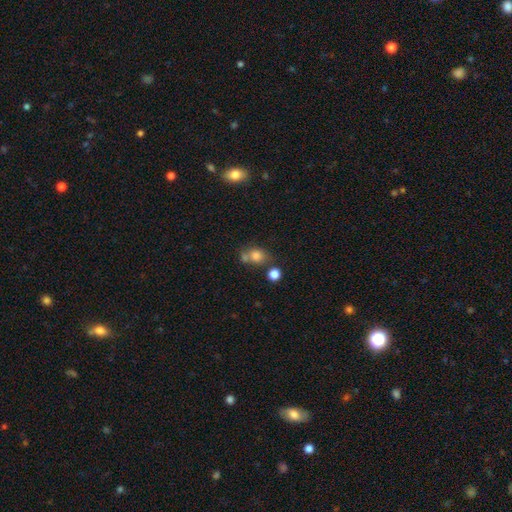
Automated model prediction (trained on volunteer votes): This appears to be a smooth galaxy with no disk features (78%) that is round (68%). Merging: none (52%).